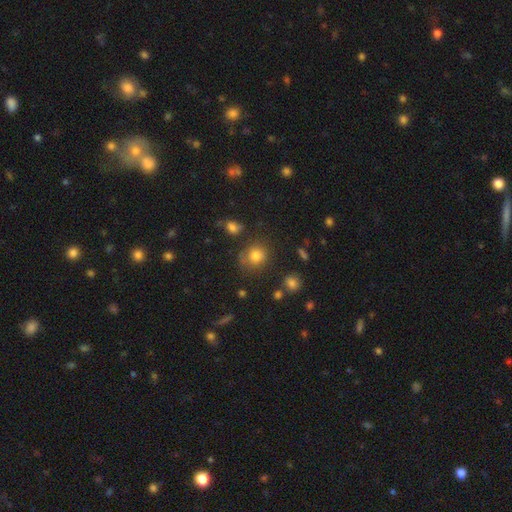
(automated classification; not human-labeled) This is likely a smooth galaxy (77%). How rounded: likely round (79%). Merging: likely none (68%).